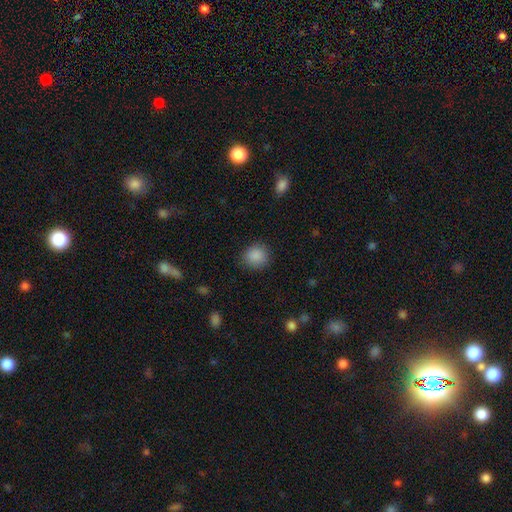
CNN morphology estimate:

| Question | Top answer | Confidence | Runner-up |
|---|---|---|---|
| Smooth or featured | smooth | 87% | star or artifact (9%) |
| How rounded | round | 85% | in between (14%) |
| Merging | none | 85% | minor disturbance (10%) |